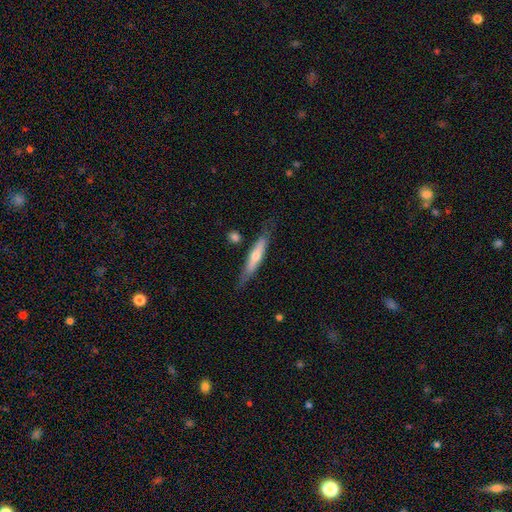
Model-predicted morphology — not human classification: Smooth or featured? featured or disk (52%)
Edge-on disk? yes (86%)
Merging? none (78%)